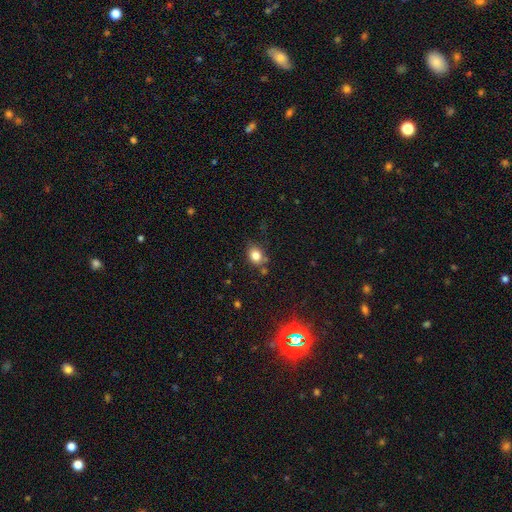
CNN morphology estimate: Overall: smooth (81%). How rounded: in between (51%; round 48%). Merging: none (70%).